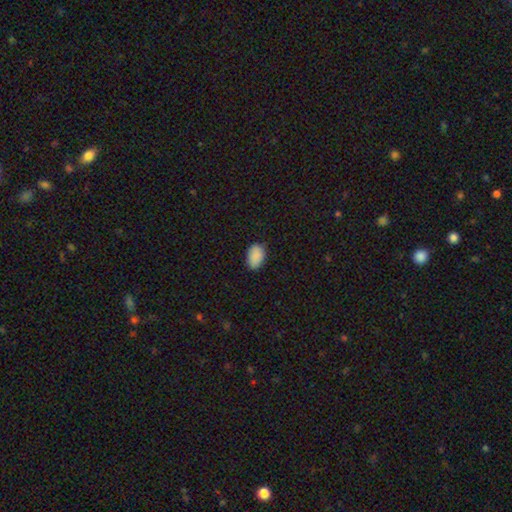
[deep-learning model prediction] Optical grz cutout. It shows a smooth galaxy with no disk features (89%) that is in between round and cigar-shaped (89%). Merging: none (84%).